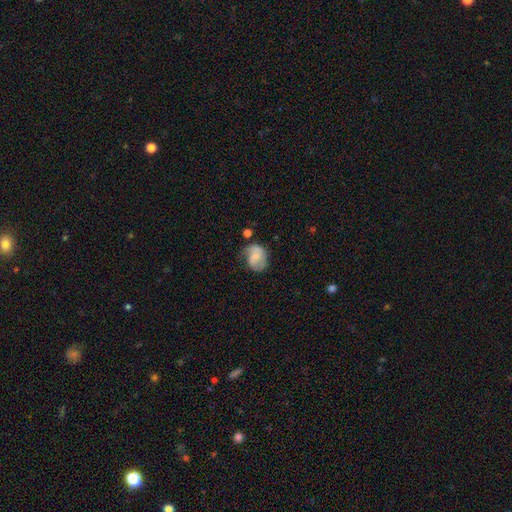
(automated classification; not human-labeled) Q: Smooth or featured?
A: featured or disk (54%); runner-up: smooth (38%)
Q: Edge-on disk?
A: no (98%); runner-up: yes (2%)
Q: Bar?
A: no (51%); runner-up: weak (39%)
Q: Spiral arms?
A: yes (86%); runner-up: no (14%)
Q: Bulge size?
A: small (38%); runner-up: none (36%)
Q: Merging?
A: none (53%); runner-up: minor disturbance (28%)